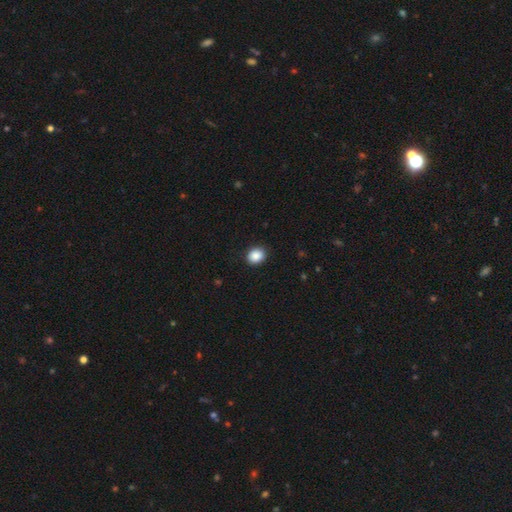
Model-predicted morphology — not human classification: A smooth galaxy with no disk features (88%) that is round (61%).

Vote fractions:
- Smooth or featured? smooth: 88% / star or artifact: 9% / featured or disk: 3%
- How rounded? round: 61% / in between: 38% / cigar-shaped: 1%
- Merging? none: 90% / minor disturbance: 7% / major disturbance: 2% / merger: 1%